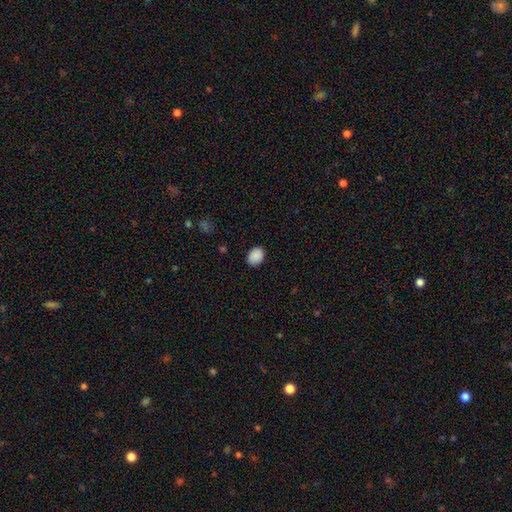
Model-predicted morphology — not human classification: A smooth galaxy with no disk features (90%) that is in between round and cigar-shaped (65%).

Vote fractions:
- Smooth or featured? smooth: 90% / star or artifact: 8% / featured or disk: 2%
- How rounded? in between: 65% / round: 35% / cigar-shaped: 1%
- Merging? none: 86% / minor disturbance: 10% / major disturbance: 2% / merger: 1%